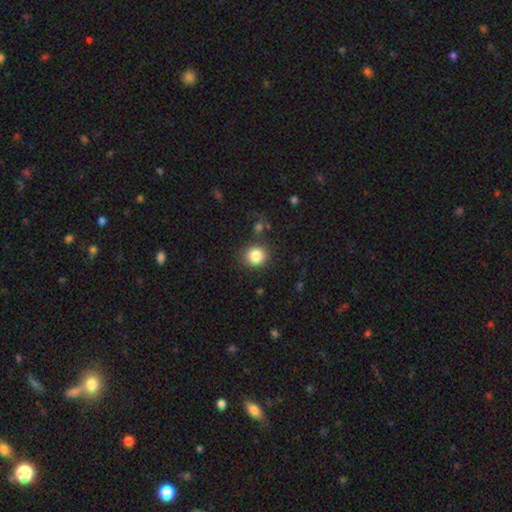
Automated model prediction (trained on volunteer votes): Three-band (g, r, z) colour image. It shows a smooth galaxy with no disk features (85%) that is round (87%). Merging: none (84%).